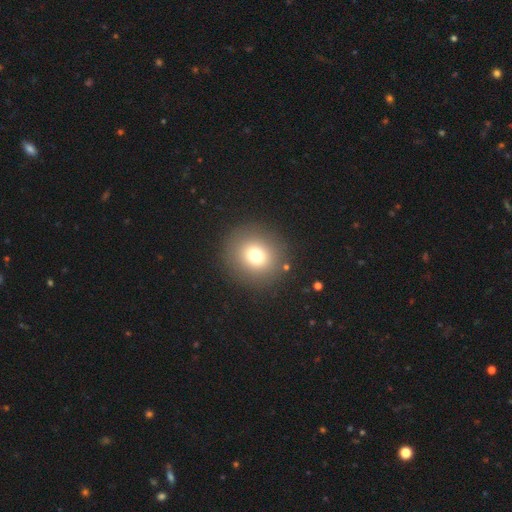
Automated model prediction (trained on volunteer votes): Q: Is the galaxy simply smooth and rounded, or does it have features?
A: smooth — 74%.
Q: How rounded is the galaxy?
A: round — 88%.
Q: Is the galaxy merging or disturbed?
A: none — 89%.